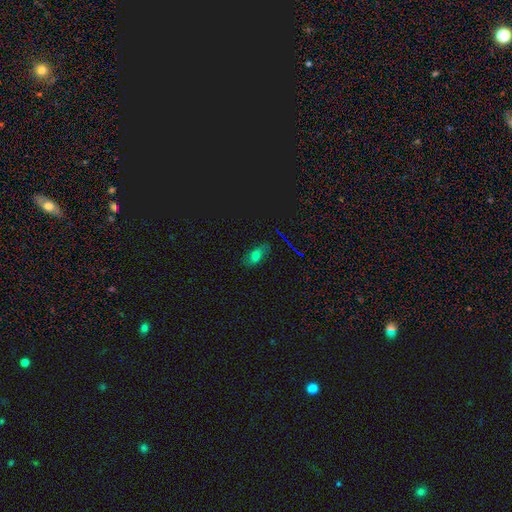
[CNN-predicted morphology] Smooth or featured? smooth (52%)
How rounded? in between (82%)
Merging? none (73%)